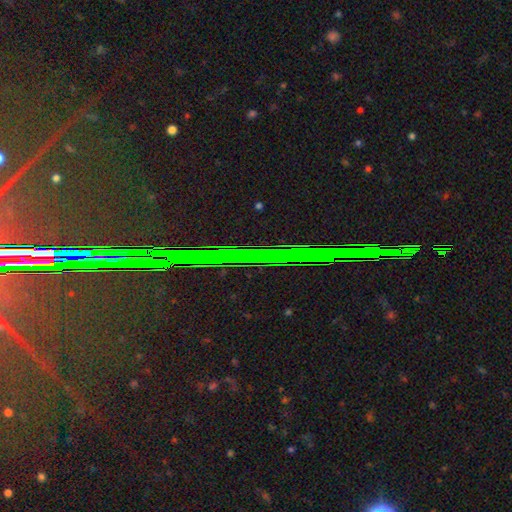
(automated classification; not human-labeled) Smooth or featured? Predicted: star or artifact (p=0.81).